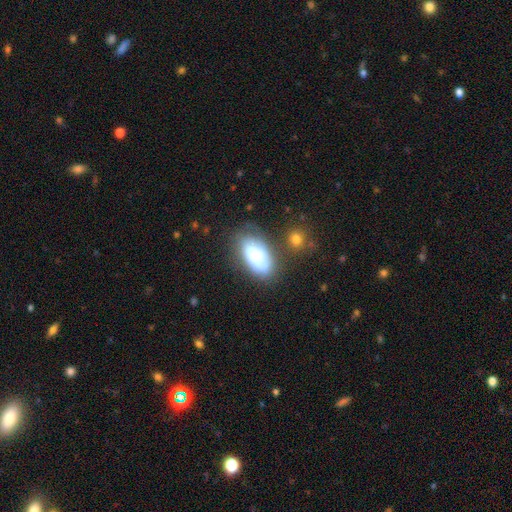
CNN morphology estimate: Overall: smooth (59%; featured or disk 33%). How rounded: in between (92%). Merging: none (67%).